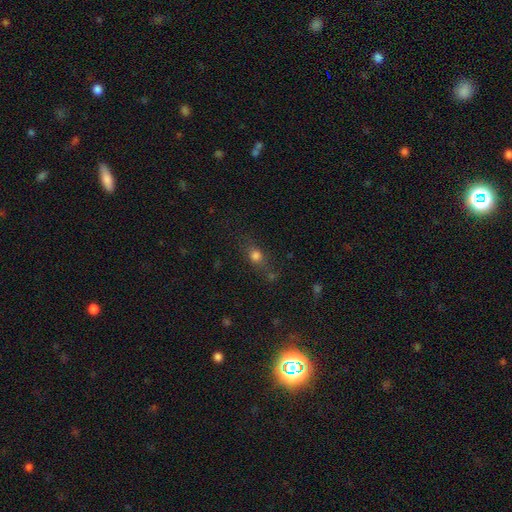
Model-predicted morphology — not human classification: Overall: smooth (65%). How rounded: in between (43%; round 40%). Merging: none (66%).